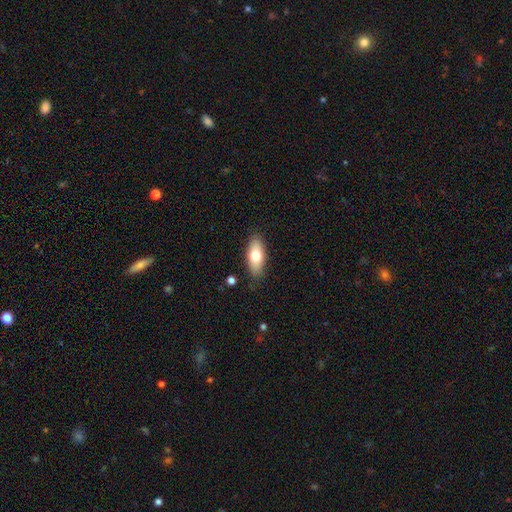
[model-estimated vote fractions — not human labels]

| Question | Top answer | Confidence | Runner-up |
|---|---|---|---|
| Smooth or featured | smooth | 72% | featured or disk (21%) |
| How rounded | in between | 82% | cigar-shaped (15%) |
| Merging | none | 86% | minor disturbance (10%) |